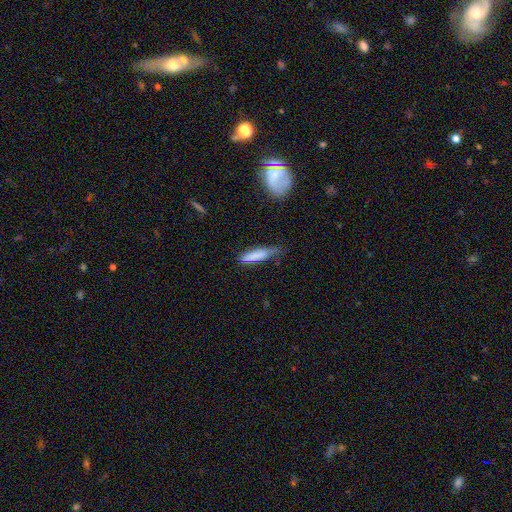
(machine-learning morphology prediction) The model was most divided on "merging": none: 57%, minor disturbance: 33%, major disturbance: 7%, merger: 3%. More confident: how rounded — cigar-shaped (81%); smooth or featured — smooth (79%).